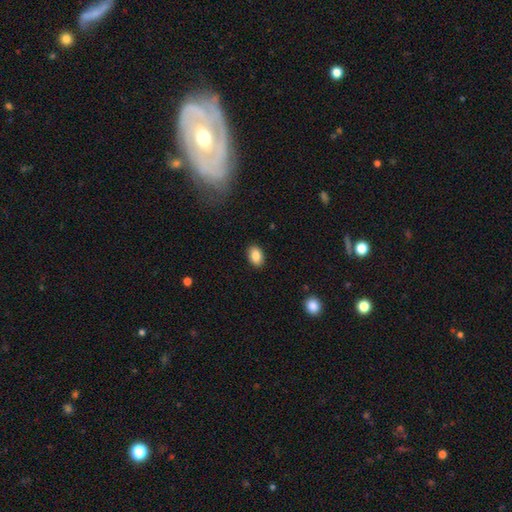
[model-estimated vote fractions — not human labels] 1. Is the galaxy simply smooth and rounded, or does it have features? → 86% smooth, 8% star or artifact, 7% featured or disk.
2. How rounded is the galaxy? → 87% in between, 12% round, 1% cigar-shaped.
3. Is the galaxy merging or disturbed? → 89% none, 8% minor disturbance, 2% major disturbance, 1% merger.